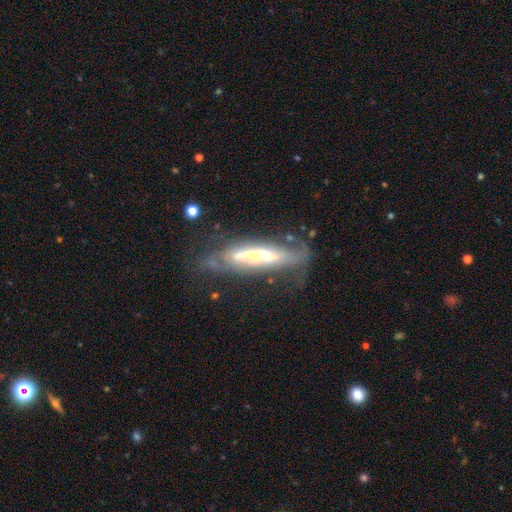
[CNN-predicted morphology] Overall: featured or disk (66%). Edge-on disk: yes (67%; no 33%). Merging: none (59%; minor disturbance 24%).